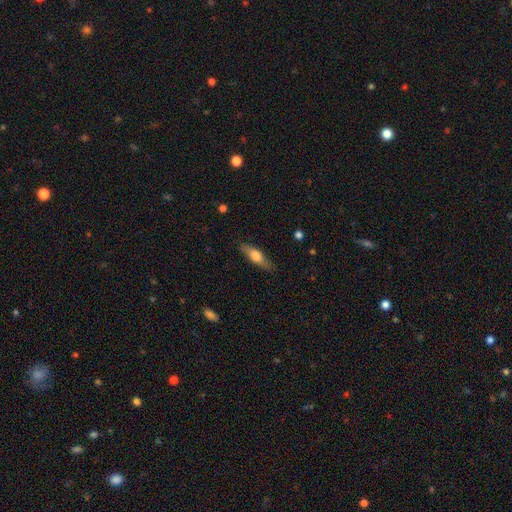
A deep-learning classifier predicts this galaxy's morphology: smooth 59%, featured or disk 35%, star or artifact 6%. Down the decision tree: how rounded — cigar-shaped (57%); merging — none (83%).